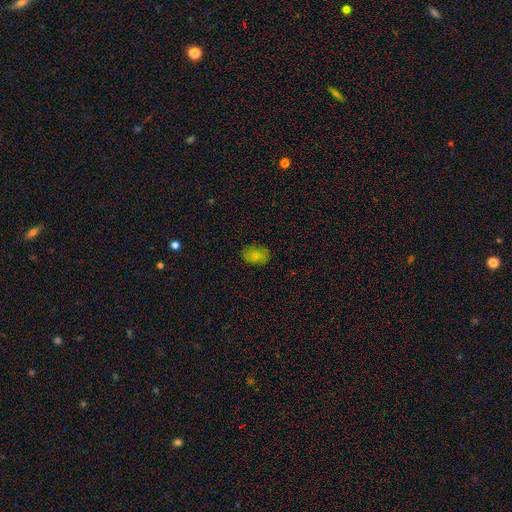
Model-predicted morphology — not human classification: A smooth galaxy with no disk features (77%) that is in between round and cigar-shaped (77%). Merging: none (80%).